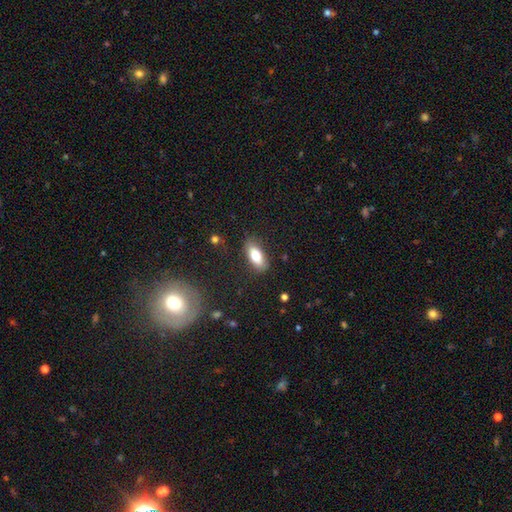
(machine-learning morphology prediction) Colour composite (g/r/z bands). It shows a smooth galaxy with no disk features (77%) that is in between round and cigar-shaped (83%). Merging: none (82%).